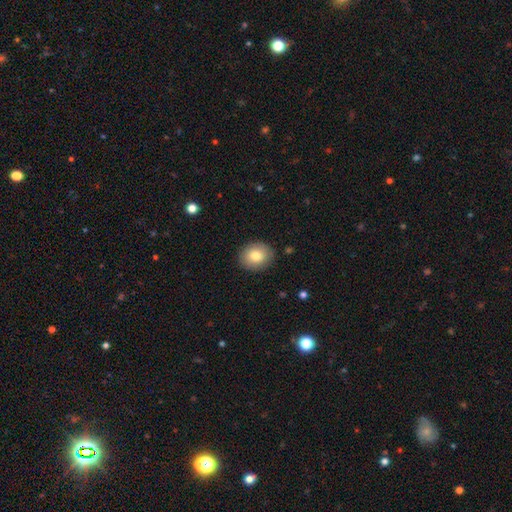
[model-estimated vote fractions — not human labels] This is clearly a smooth galaxy (80%). How rounded: likely round (61%). Merging: clearly none (88%).